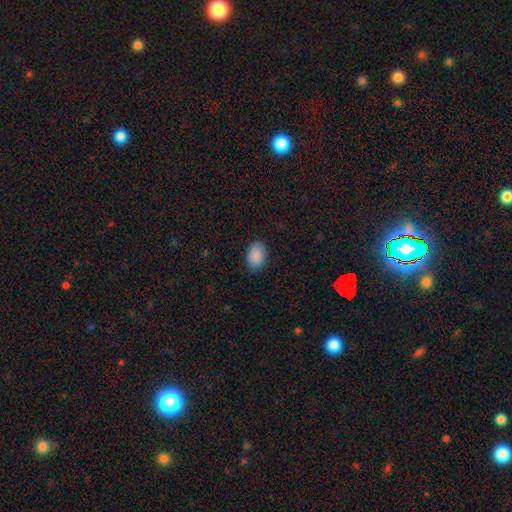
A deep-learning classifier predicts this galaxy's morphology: Smooth or featured: smooth — 90% (star or artifact — 7%)
How rounded: in between — 88% (round — 11%)
Merging: none — 86% (minor disturbance — 11%)